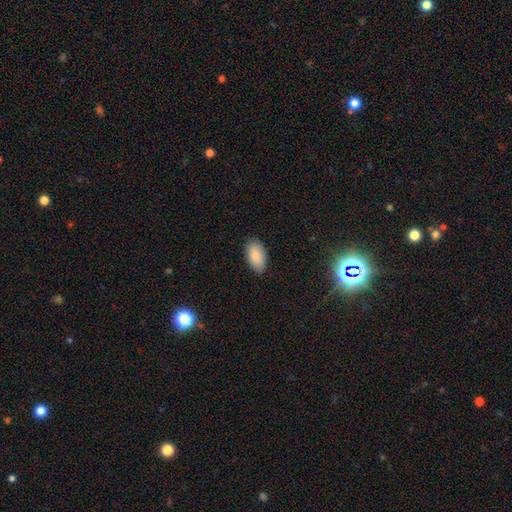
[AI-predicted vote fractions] smooth 87%, star or artifact 7%, featured or disk 6%. Down the decision tree: how rounded — in between (95%); merging — none (85%).